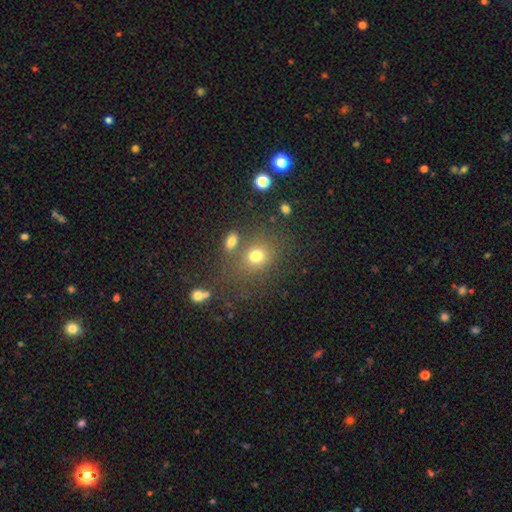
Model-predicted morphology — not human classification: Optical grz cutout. It shows a smooth galaxy with no disk features (71%) that is round (51%). Merging: none (57%).